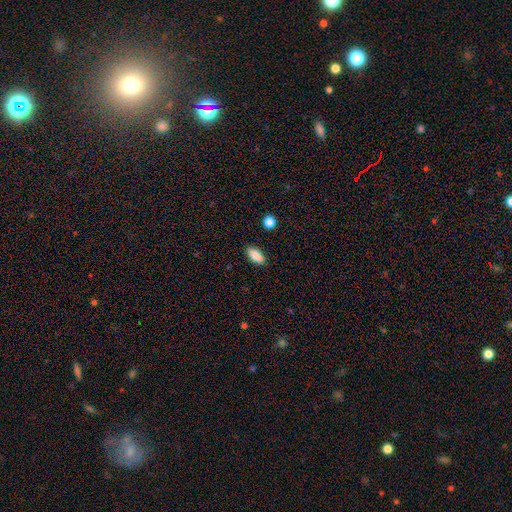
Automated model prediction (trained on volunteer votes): Morphology: type=smooth (87%); roundness=in between (87%); merging=none (87%).